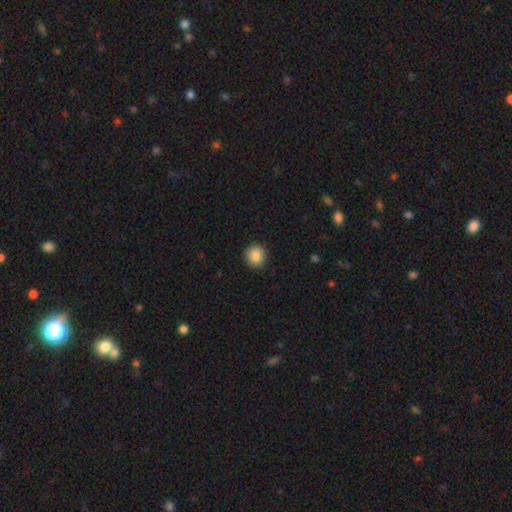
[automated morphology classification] This is clearly a smooth galaxy (87%). How rounded: clearly round (88%). Merging: clearly none (90%).